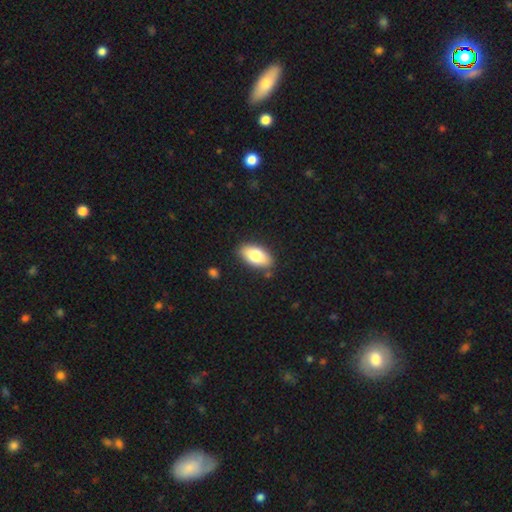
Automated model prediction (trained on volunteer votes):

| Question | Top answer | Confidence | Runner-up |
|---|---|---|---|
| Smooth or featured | smooth | 78% | featured or disk (16%) |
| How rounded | in between | 93% | cigar-shaped (4%) |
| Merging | none | 86% | minor disturbance (10%) |